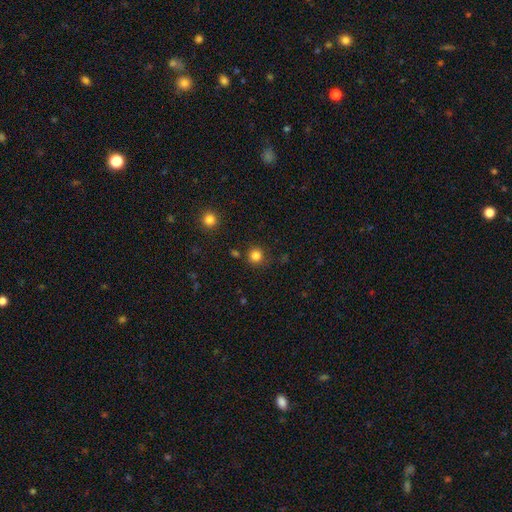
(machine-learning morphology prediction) smooth_or_featured: smooth (p=0.82) [alt: star or artifact p=0.14]
how_rounded: round (p=0.94) [alt: in between p=0.05]
merging: none (p=0.85) [alt: minor disturbance p=0.08]